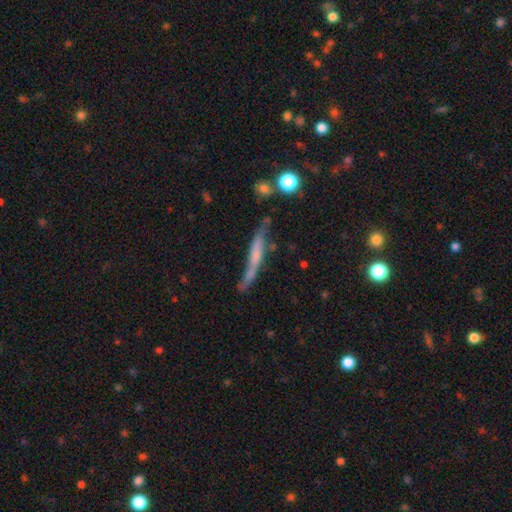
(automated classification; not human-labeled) Overall: featured or disk (54%; smooth 38%). Edge-on disk: yes (74%). Merging: none (49%; minor disturbance 27%).